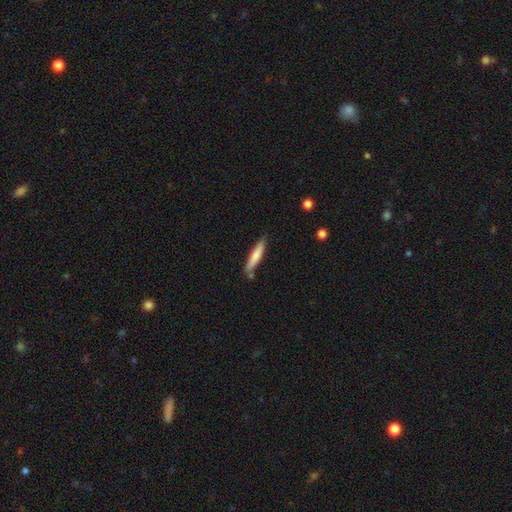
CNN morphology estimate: Overall: smooth (70%). How rounded: cigar-shaped (90%). Merging: none (76%).